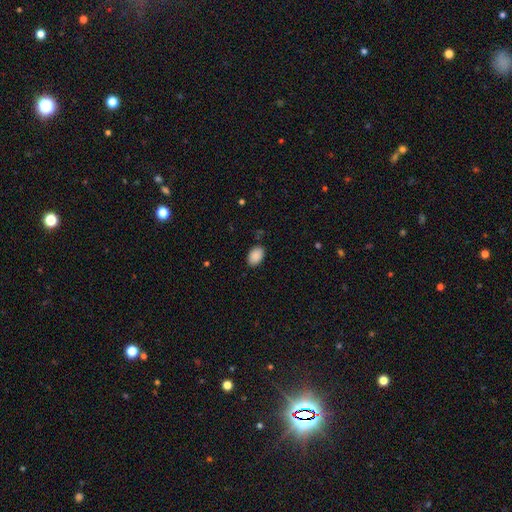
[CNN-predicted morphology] A smooth galaxy with no disk features (90%) that is in between round and cigar-shaped (88%). Merging: none (86%).